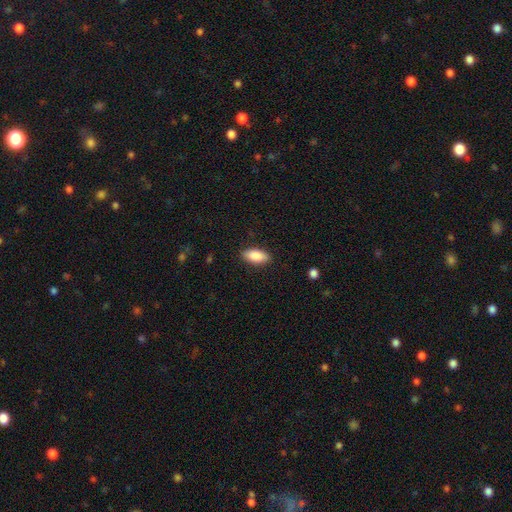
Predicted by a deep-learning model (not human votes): Overall: smooth (88%). How rounded: in between (89%). Merging: none (88%).